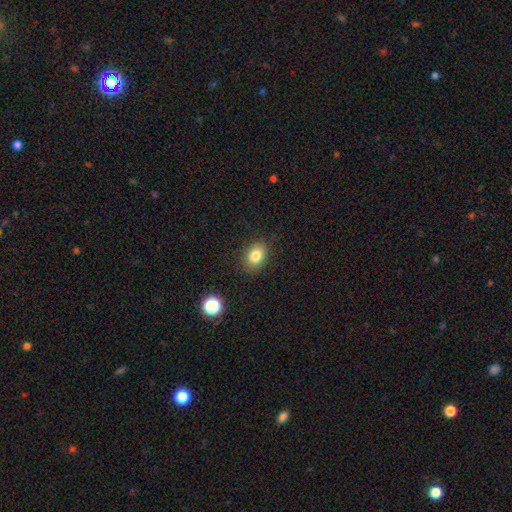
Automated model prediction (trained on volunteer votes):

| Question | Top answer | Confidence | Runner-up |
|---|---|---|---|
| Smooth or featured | smooth | 81% | star or artifact (11%) |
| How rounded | in between | 65% | round (34%) |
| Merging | none | 86% | minor disturbance (10%) |